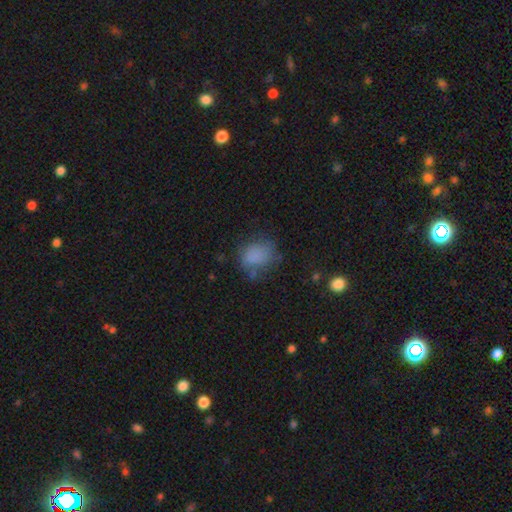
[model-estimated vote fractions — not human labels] This appears to be a smooth galaxy with no disk features (79%) that is in between round and cigar-shaped (53%). Merging: none (58%).